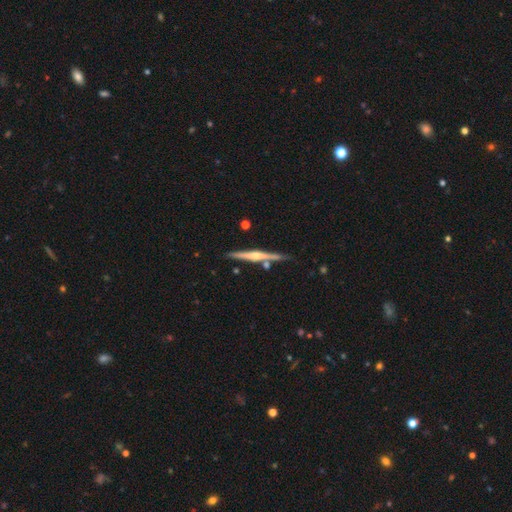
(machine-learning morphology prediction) featured or disk 76%, smooth 18%, star or artifact 6%. Down the decision tree: edge-on disk — yes (98%); edge-on bulge — rounded (75%); merging — none (85%).